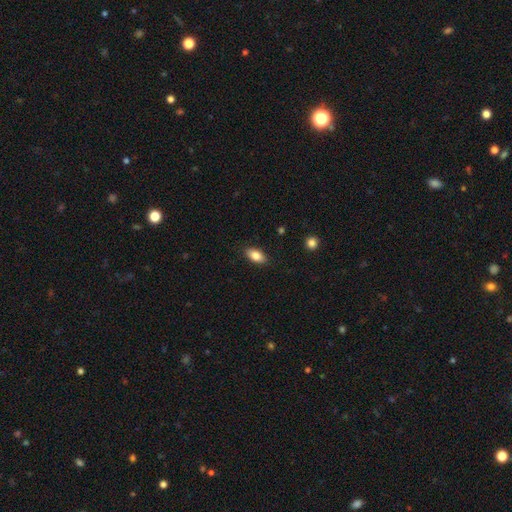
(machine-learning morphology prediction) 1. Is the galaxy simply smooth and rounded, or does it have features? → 83% smooth, 10% featured or disk, 7% star or artifact.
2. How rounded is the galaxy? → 90% in between, 6% cigar-shaped, 4% round.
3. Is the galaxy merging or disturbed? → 87% none, 9% minor disturbance, 2% major disturbance, 1% merger.